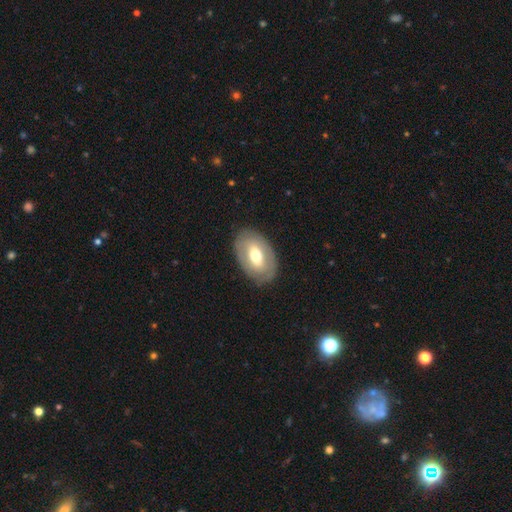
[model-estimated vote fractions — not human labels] Smooth or featured: smooth — 47% (tied with featured or disk — 47%)
Merging: none — 84% (minor disturbance — 11%)